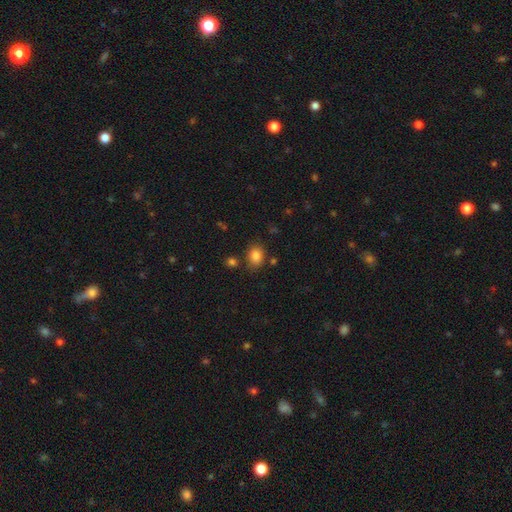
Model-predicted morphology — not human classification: A smooth galaxy with no disk features (83%) that is in between round and cigar-shaped (54%).

Vote fractions:
- Smooth or featured? smooth: 83% / star or artifact: 11% / featured or disk: 6%
- How rounded? in between: 54% / round: 45% / cigar-shaped: 1%
- Merging? none: 78% / minor disturbance: 13% / merger: 6% / major disturbance: 4%